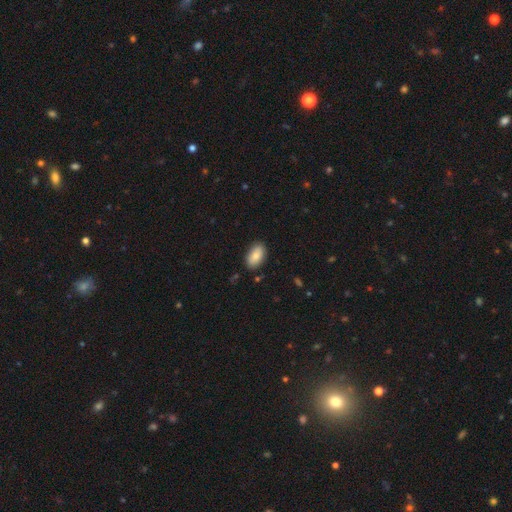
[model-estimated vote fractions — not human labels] Smooth or featured: smooth — 81% (featured or disk — 12%)
How rounded: in between — 94% (round — 4%)
Merging: none — 86% (minor disturbance — 11%)